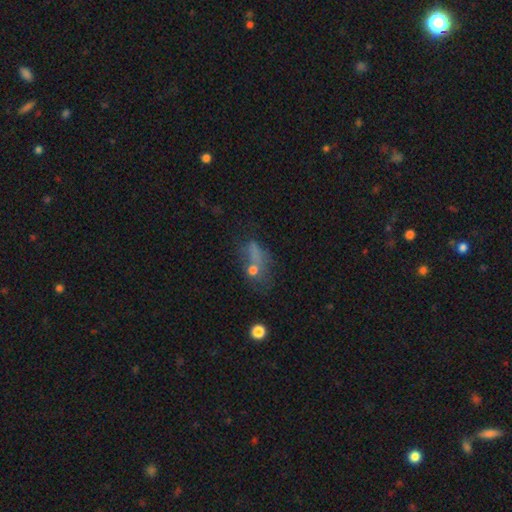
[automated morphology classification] A smooth galaxy with no disk features (50%).

Vote fractions:
- Smooth or featured? smooth: 50% / star or artifact: 26% / featured or disk: 25%
- Merging? none: 34% / major disturbance: 29% / minor disturbance: 20% / merger: 17%